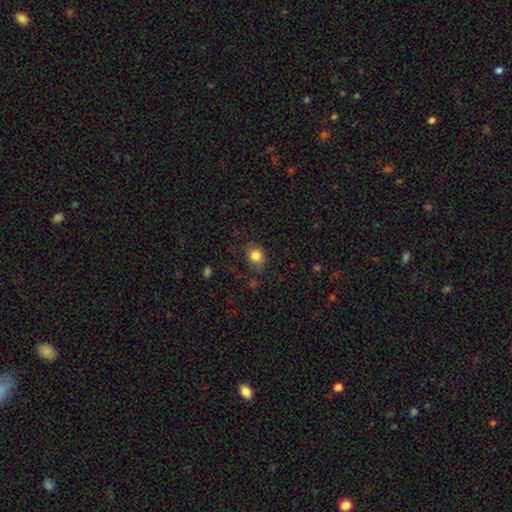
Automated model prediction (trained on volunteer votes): smooth-or-featured: smooth: 83% | star or artifact: 10% | featured or disk: 6%
  how-rounded: round: 71% | in between: 28% | cigar-shaped: 1%
  merging: none: 67% | minor disturbance: 23% | major disturbance: 8% | merger: 3%